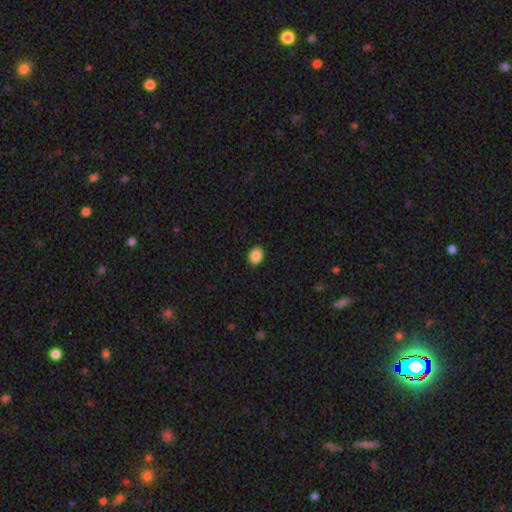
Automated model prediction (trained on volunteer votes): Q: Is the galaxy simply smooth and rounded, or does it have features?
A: smooth — 87%.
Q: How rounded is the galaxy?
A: in between — 59%.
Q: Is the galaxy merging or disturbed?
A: none — 90%.